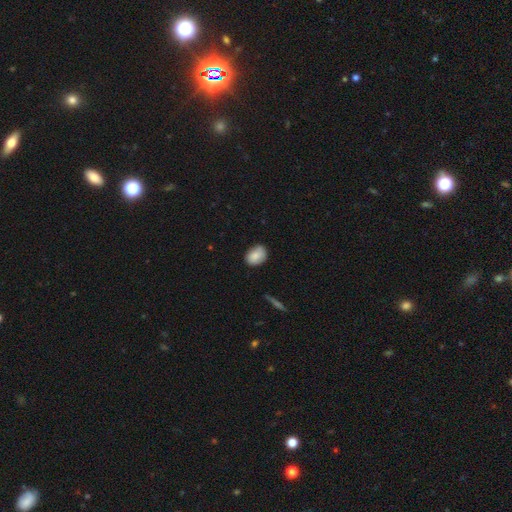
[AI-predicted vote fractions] smooth_or_featured: smooth (p=0.87) [alt: star or artifact p=0.07]
how_rounded: in between (p=0.74) [alt: round p=0.25]
merging: none (p=0.78) [alt: minor disturbance p=0.18]